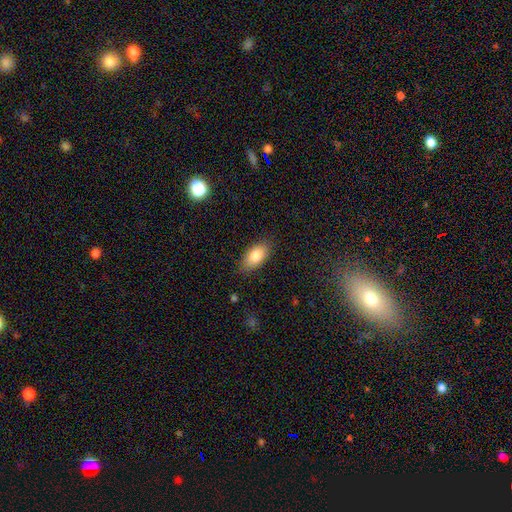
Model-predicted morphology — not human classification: A smooth galaxy with no disk features (83%) that is in between round and cigar-shaped (91%). Merging: none (83%).